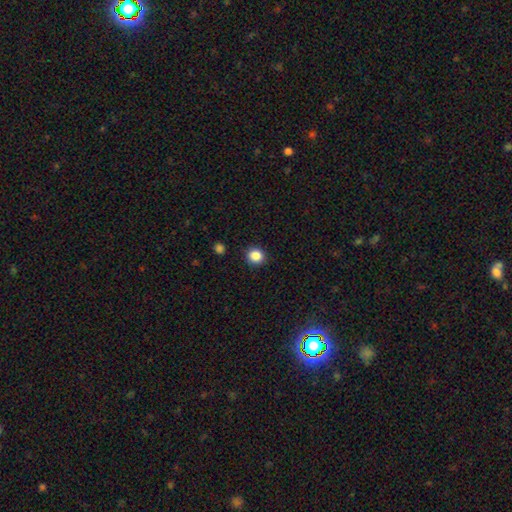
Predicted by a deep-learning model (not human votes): Smooth or featured?
  - smooth: 86% *
  - star or artifact: 11%
  - featured or disk: 3%
How rounded?
  - round: 90% *
  - in between: 9%
  - cigar-shaped: 1%
Merging?
  - none: 91% *
  - minor disturbance: 6%
  - major disturbance: 2%
  - merger: 1%